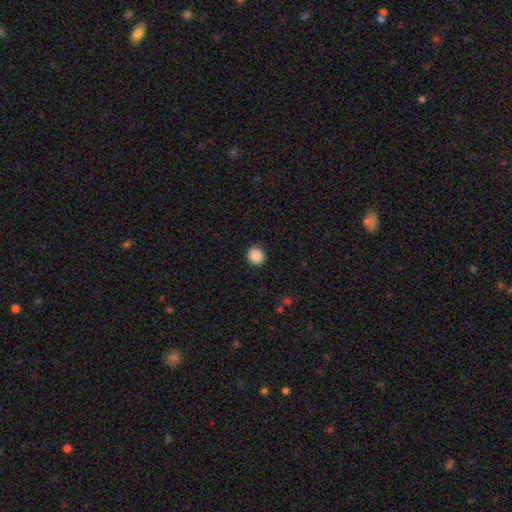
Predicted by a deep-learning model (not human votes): The model was most divided on "how rounded": round: 88%, in between: 11%, cigar-shaped: 1%. More confident: merging — none (90%); smooth or featured — smooth (89%).